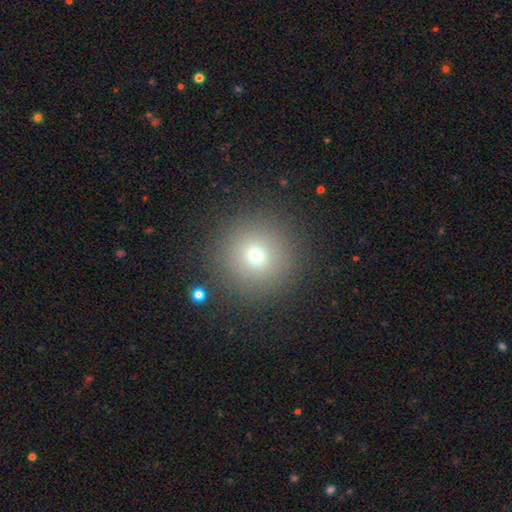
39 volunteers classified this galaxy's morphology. This appears to be a smooth galaxy with no disk features (62%) that is round (100%). Merging: none (89%).